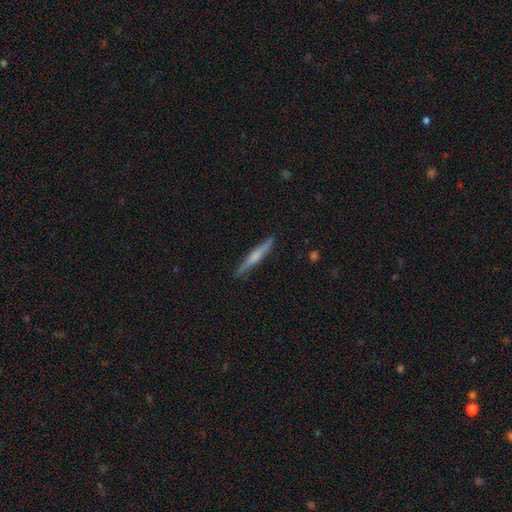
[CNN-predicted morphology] Overall: featured or disk (51%; smooth 44%). Edge-on disk: yes (96%). Merging: none (88%).